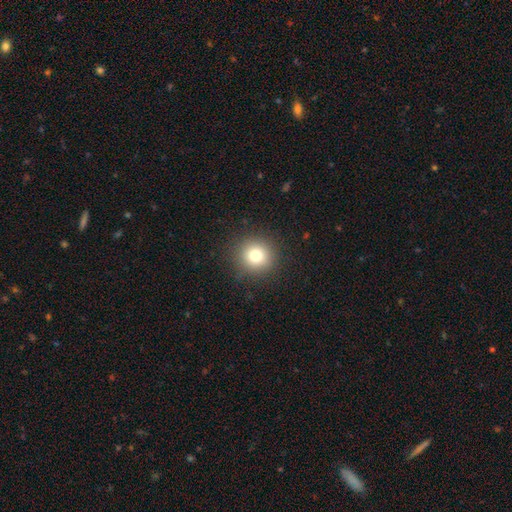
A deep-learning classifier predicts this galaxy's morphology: Overall: smooth (78%). How rounded: round (94%). Merging: none (90%).